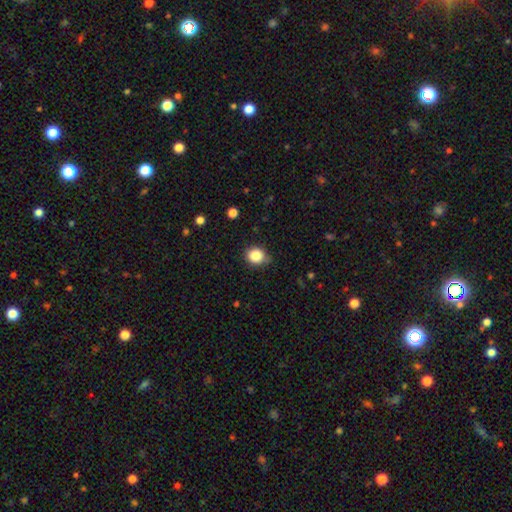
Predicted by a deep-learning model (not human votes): smooth_or_featured: smooth (p=0.85) [alt: star or artifact p=0.10]
how_rounded: round (p=0.78) [alt: in between p=0.21]
merging: none (p=0.78) [alt: minor disturbance p=0.18]